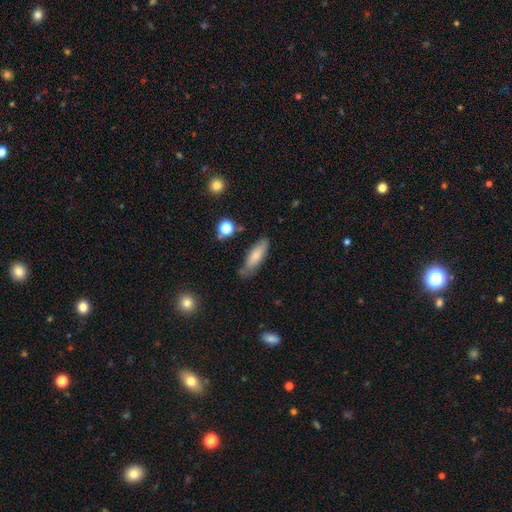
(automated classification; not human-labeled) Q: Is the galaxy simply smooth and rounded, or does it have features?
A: smooth — 74%.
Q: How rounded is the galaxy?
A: cigar-shaped — 49%.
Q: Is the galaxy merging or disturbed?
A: none — 71%.